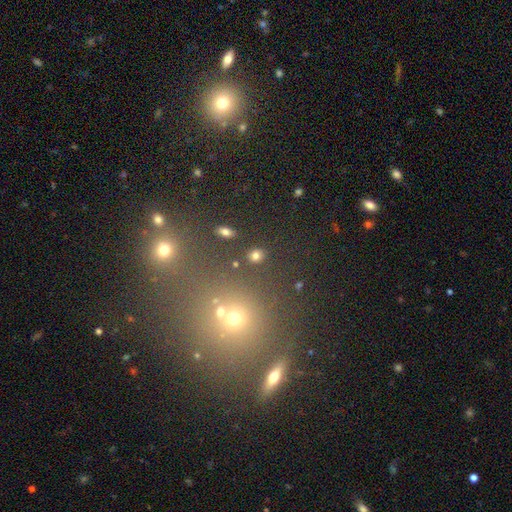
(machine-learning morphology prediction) smooth 77%, star or artifact 15%, featured or disk 7%. Down the decision tree: how rounded — round (61%); merging — none (85%).